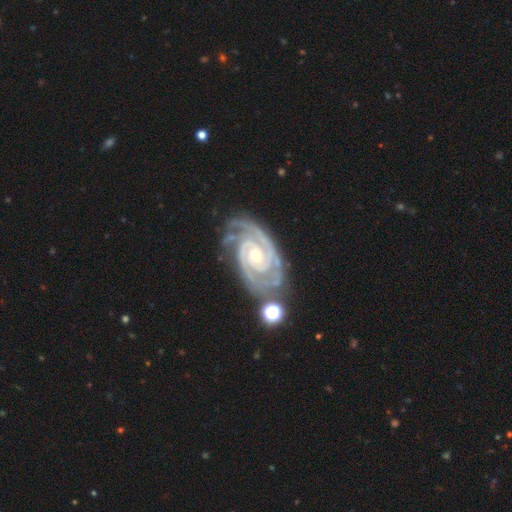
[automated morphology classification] Overall: featured or disk (93%). Edge-on disk: no (97%). Bar: no (64%). Spiral arms: yes (99%). Spiral arm count: 2 (64%). Spiral winding: tight (77%). Bulge size: small (63%; moderate 34%). Merging: none (66%).